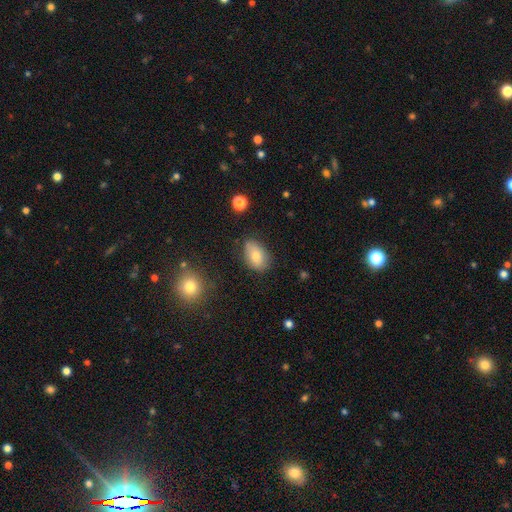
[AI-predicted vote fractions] smooth 78%, featured or disk 14%, star or artifact 8%. Down the decision tree: how rounded — in between (89%); merging — none (73%).